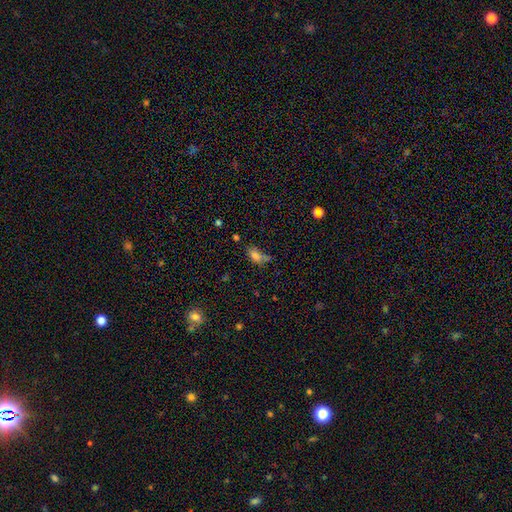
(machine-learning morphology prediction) The model was most divided on "merging": none: 41%, minor disturbance: 27%, merger: 18%, major disturbance: 14%. More confident: how rounded — in between (84%); smooth or featured — smooth (76%).